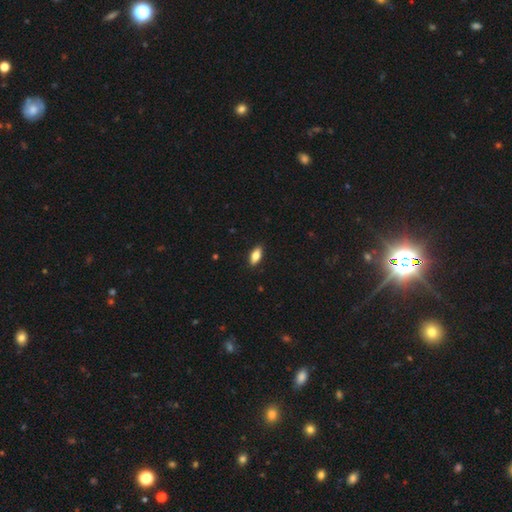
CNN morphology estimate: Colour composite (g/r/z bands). It shows a smooth galaxy with no disk features (80%) that is in between round and cigar-shaped (86%). Merging: none (88%).